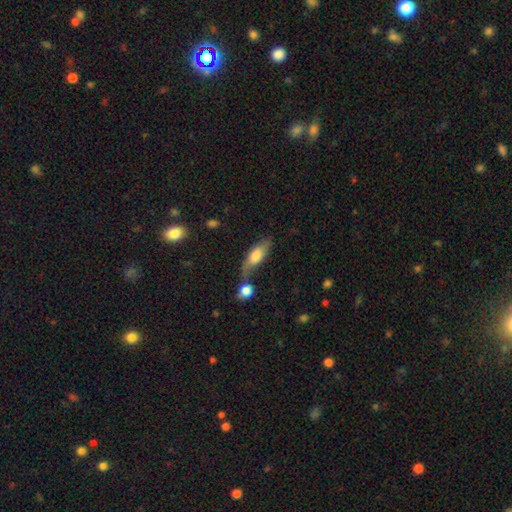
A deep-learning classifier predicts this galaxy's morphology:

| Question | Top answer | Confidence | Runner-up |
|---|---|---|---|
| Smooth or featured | smooth | 65% | featured or disk (28%) |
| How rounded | in between | 72% | cigar-shaped (24%) |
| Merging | none | 37% | merger (34%) |